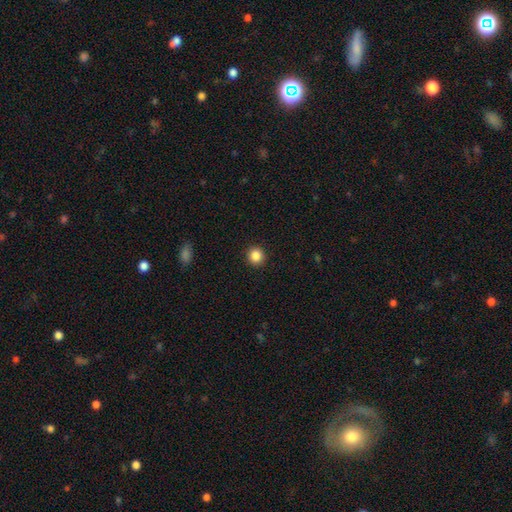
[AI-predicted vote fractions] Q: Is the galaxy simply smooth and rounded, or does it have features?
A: smooth — 86%.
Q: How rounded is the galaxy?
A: round — 93%.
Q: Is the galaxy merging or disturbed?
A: none — 93%.